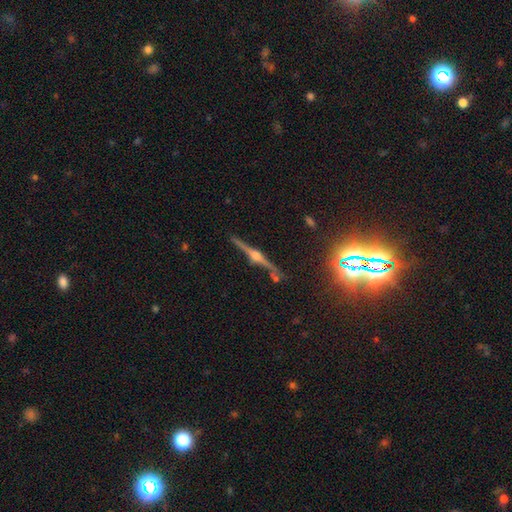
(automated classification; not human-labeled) The model was most divided on "merging": none: 85%, minor disturbance: 9%, merger: 4%, major disturbance: 2%. More confident: edge-on disk — yes (98%); edge-on bulge — rounded (94%); smooth or featured — featured or disk (85%).